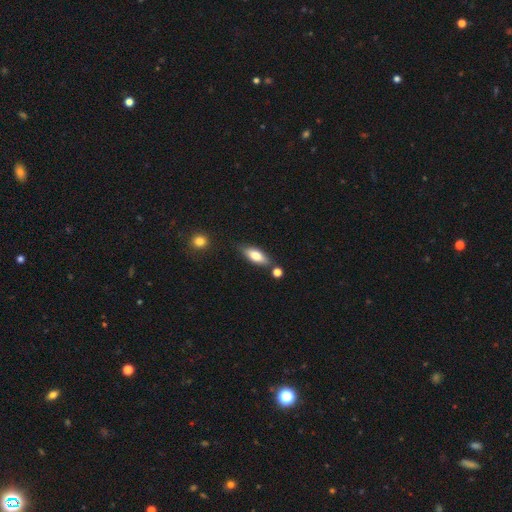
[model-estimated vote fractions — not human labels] smooth-or-featured: smooth: 73% | featured or disk: 21% | star or artifact: 7%
  how-rounded: in between: 72% | cigar-shaped: 25% | round: 3%
  merging: none: 73% | minor disturbance: 15% | merger: 8% | major disturbance: 3%